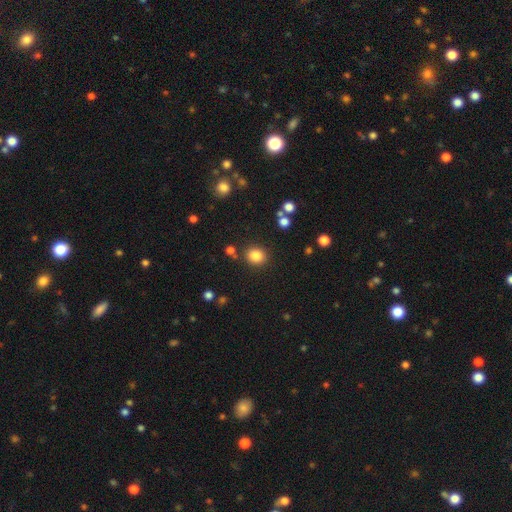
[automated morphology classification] Smooth or featured? Predicted: smooth (p=0.84). How rounded? Predicted: round (p=0.76). Merging? Predicted: none (p=0.84).